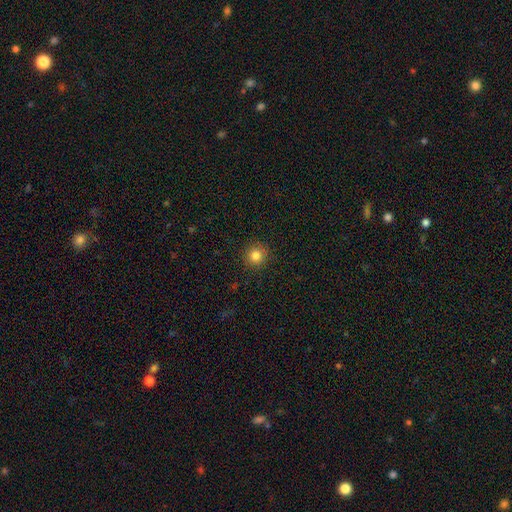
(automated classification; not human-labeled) The model was most divided on "smooth or featured": smooth: 83%, star or artifact: 12%, featured or disk: 5%. More confident: how rounded — round (94%); merging — none (91%).